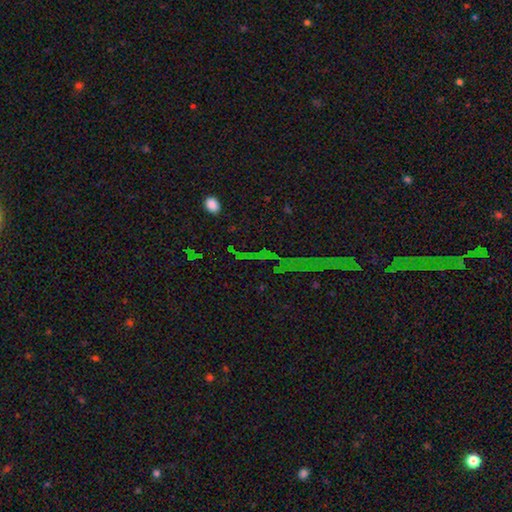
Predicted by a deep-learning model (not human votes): A star or artifact, not a galaxy (78%).